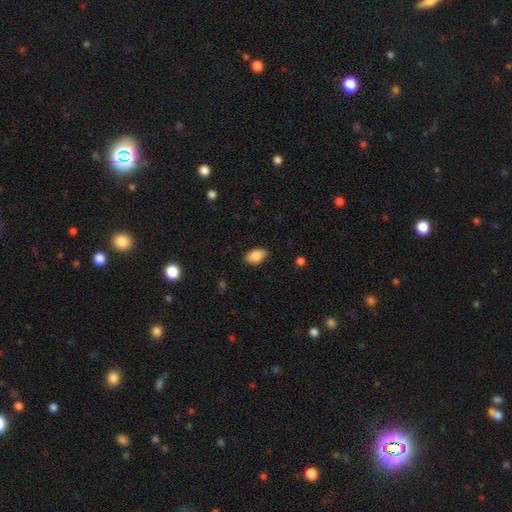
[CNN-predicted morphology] smooth-or-featured: smooth: 86% | star or artifact: 7% | featured or disk: 6%
  how-rounded: in between: 91% | round: 7% | cigar-shaped: 2%
  merging: none: 86% | minor disturbance: 11% | major disturbance: 2% | merger: 1%